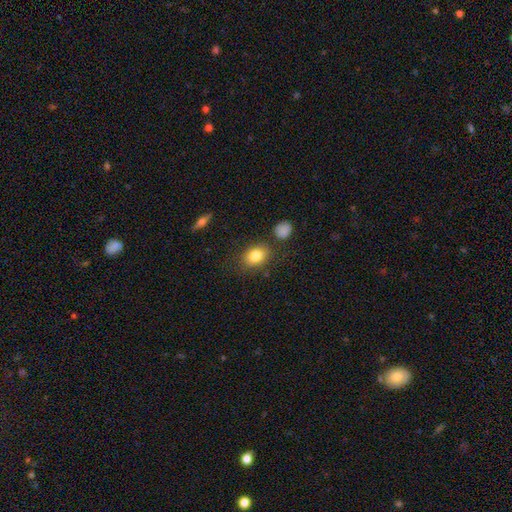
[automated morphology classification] smooth_or_featured: smooth (p=0.82) [alt: star or artifact p=0.09]
how_rounded: in between (p=0.65) [alt: round p=0.33]
merging: none (p=0.78) [alt: minor disturbance p=0.13]